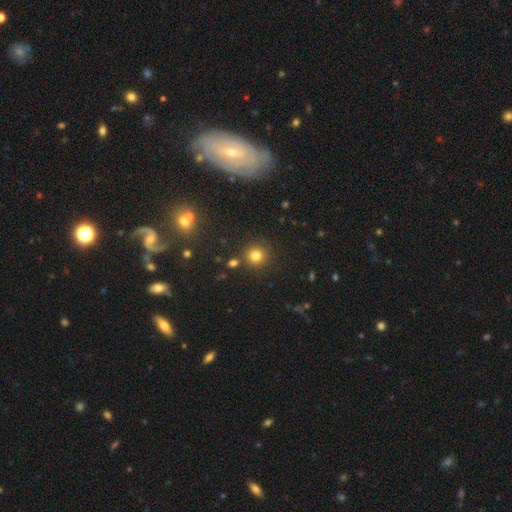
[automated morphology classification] The model was most divided on "smooth or featured": smooth: 79%, star or artifact: 15%, featured or disk: 6%. More confident: how rounded — round (92%); merging — none (83%).